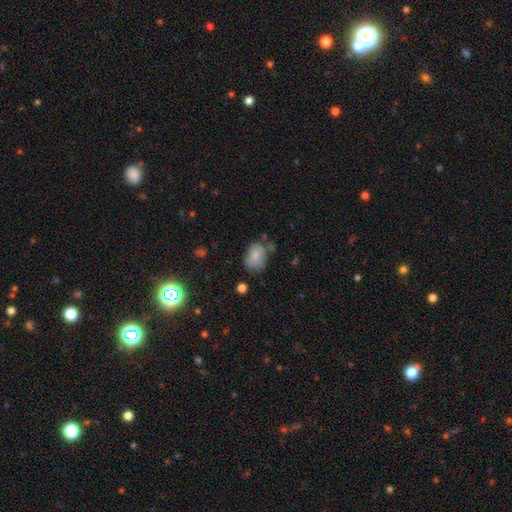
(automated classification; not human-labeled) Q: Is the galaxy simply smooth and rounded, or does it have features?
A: smooth — 80%.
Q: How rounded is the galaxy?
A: in between — 74%.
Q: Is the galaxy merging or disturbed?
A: none — 52%.